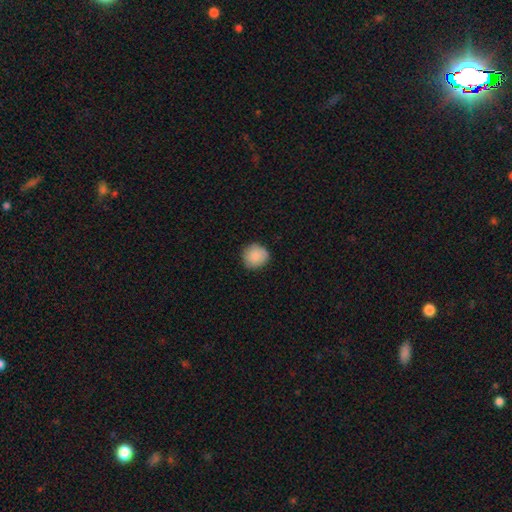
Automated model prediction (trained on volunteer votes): This is clearly a smooth galaxy (88%). How rounded: clearly round (91%). Merging: clearly none (85%).